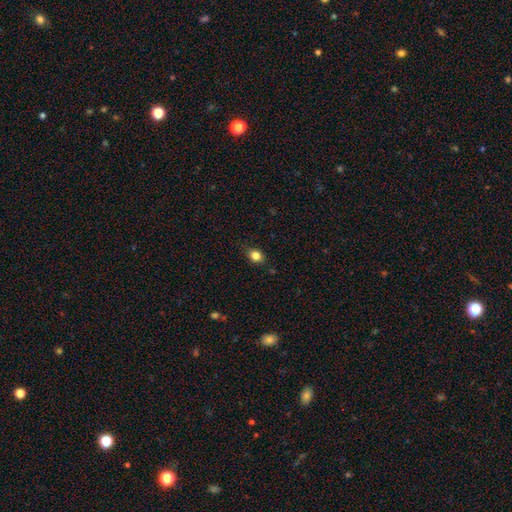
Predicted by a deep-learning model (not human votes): A smooth galaxy with no disk features (83%) that is round (51%). Merging: none (83%).